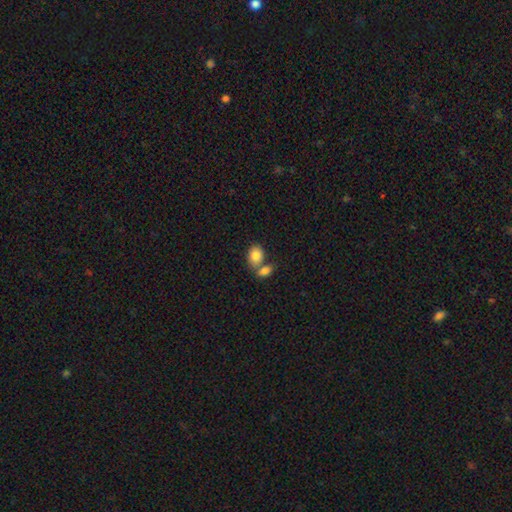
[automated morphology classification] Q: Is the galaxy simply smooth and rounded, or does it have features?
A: smooth — 84%.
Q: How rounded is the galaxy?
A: in between — 65%.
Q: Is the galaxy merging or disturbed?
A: merger — 47%.